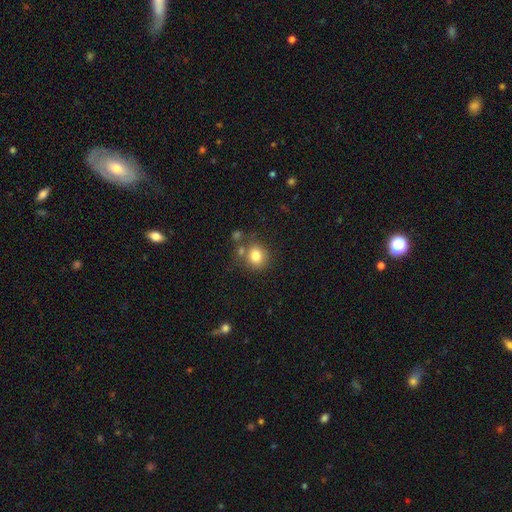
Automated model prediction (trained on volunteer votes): A smooth galaxy with no disk features (81%) that is round (82%). Merging: none (68%).